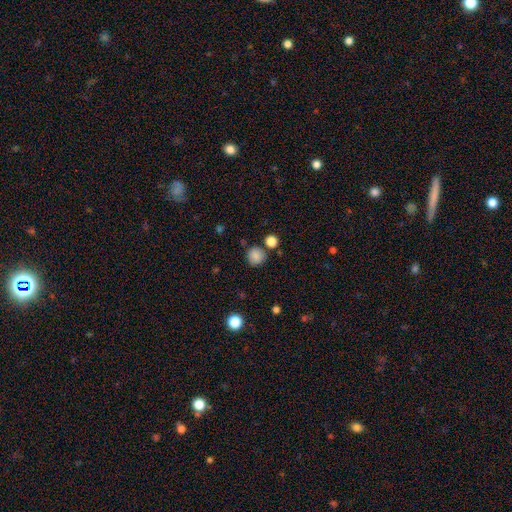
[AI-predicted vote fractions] Q: Smooth or featured?
A: smooth (85%); runner-up: star or artifact (11%)
Q: How rounded?
A: round (91%); runner-up: in between (8%)
Q: Merging?
A: none (81%); runner-up: minor disturbance (10%)